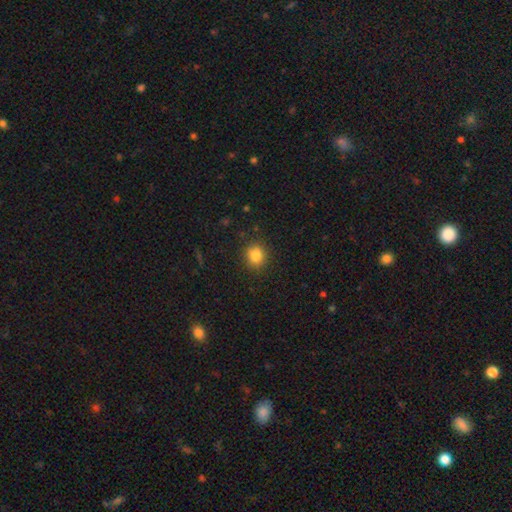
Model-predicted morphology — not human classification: smooth-or-featured: smooth: 83% | star or artifact: 11% | featured or disk: 6%
  how-rounded: round: 77% | in between: 22% | cigar-shaped: 1%
  merging: none: 88% | minor disturbance: 9% | major disturbance: 3% | merger: 1%